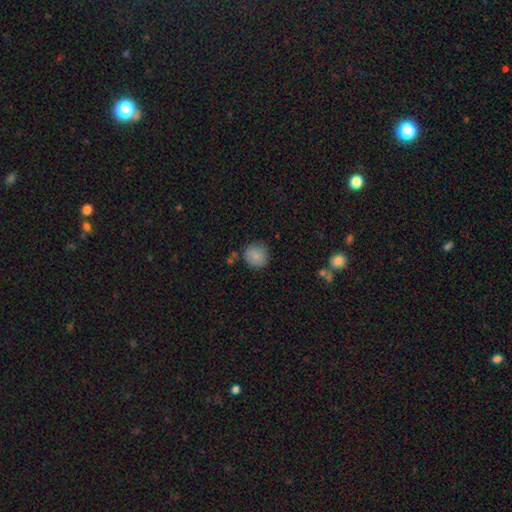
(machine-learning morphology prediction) smooth 83%, star or artifact 8%, featured or disk 8%. Down the decision tree: how rounded — round (90%); merging — none (80%).